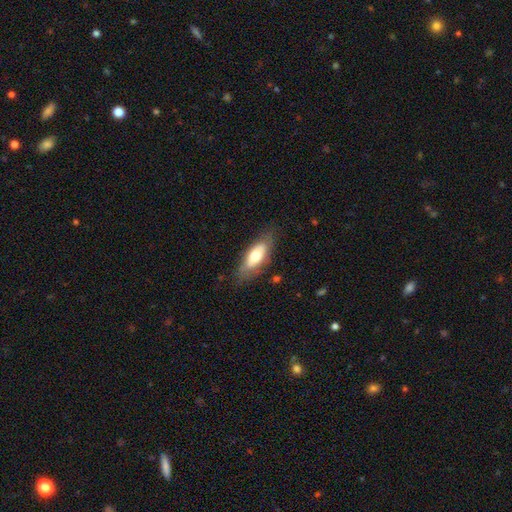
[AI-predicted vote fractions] Q: Smooth or featured?
A: smooth (63%); runner-up: featured or disk (31%)
Q: How rounded?
A: in between (77%); runner-up: cigar-shaped (21%)
Q: Merging?
A: none (74%); runner-up: minor disturbance (18%)